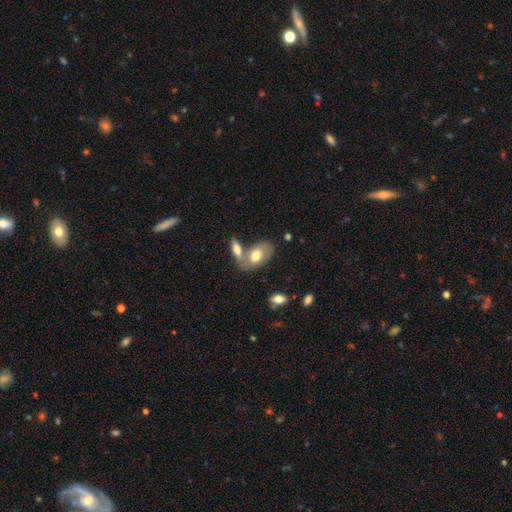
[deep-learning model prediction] The model was most divided on "merging": none: 43%, merger: 39%, minor disturbance: 13%, major disturbance: 5%. More confident: how rounded — in between (90%); smooth or featured — smooth (65%).